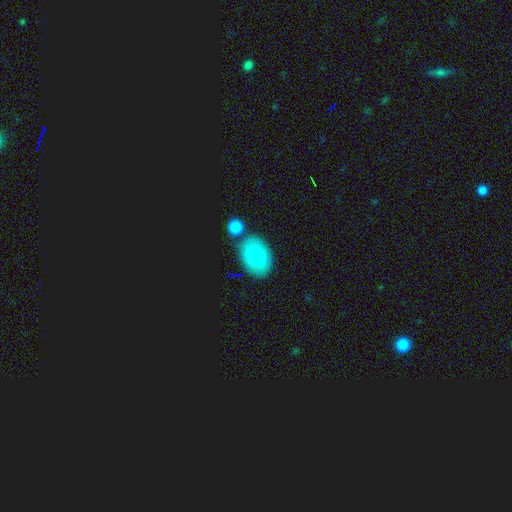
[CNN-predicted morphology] A smooth galaxy with no disk features (84%) that is in between round and cigar-shaped (86%). Merging: none (72%).